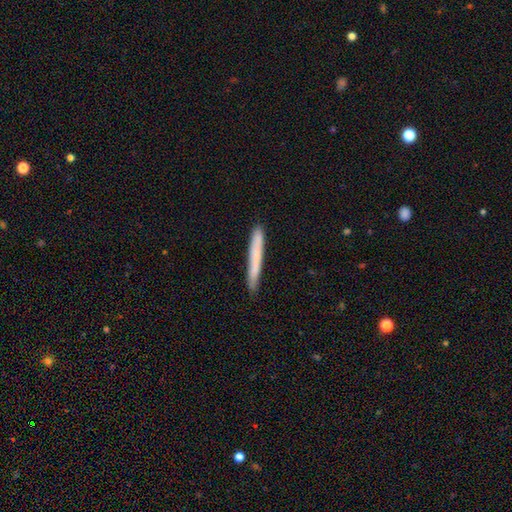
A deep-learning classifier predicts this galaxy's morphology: Overall: smooth (68%). How rounded: cigar-shaped (97%). Merging: none (88%).